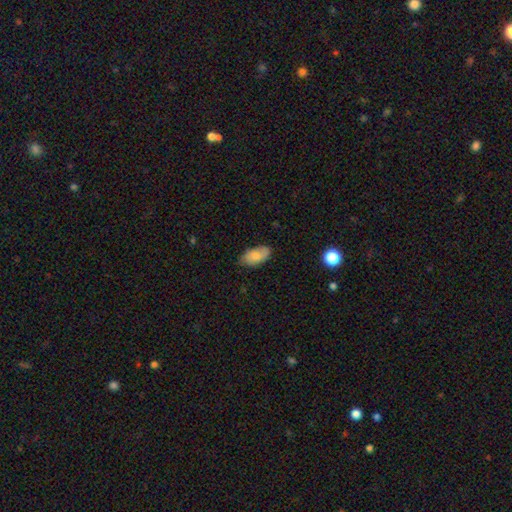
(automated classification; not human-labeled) Smooth or featured?
  - smooth: 75% *
  - featured or disk: 18%
  - star or artifact: 7%
How rounded?
  - in between: 93% *
  - cigar-shaped: 3%
  - round: 3%
Merging?
  - none: 75% *
  - minor disturbance: 20%
  - major disturbance: 3%
  - merger: 1%